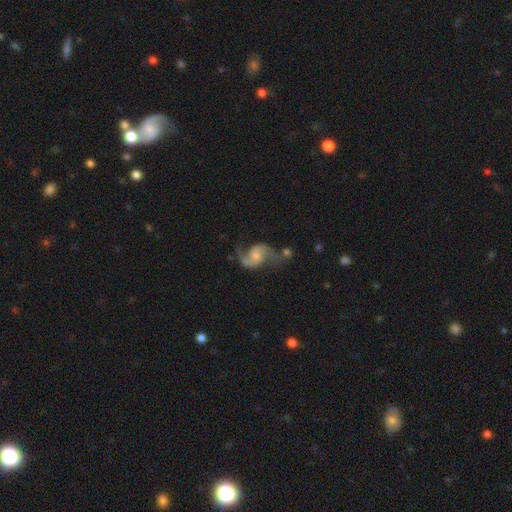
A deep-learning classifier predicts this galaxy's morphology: A featured or disk galaxy (85%) with no bar (55%), 2 (92%) loose (63%) spiral arms (96%) and a moderate central bulge (35%). Merging: none (57%).